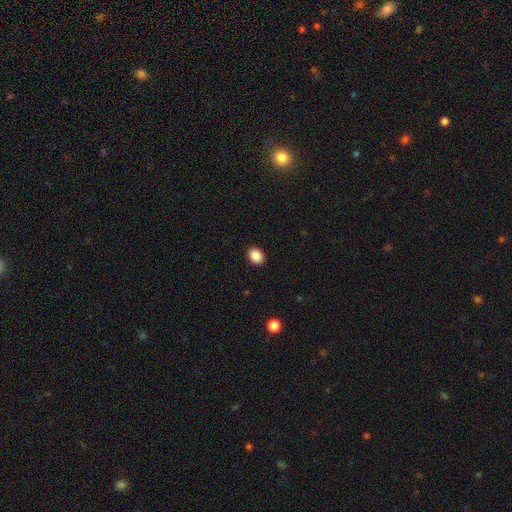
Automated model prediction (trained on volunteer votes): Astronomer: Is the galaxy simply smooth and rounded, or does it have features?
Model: smooth — 88%.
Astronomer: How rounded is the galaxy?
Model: in between — 57% (runner-up: round, 42%).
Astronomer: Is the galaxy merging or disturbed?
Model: none — 91%.